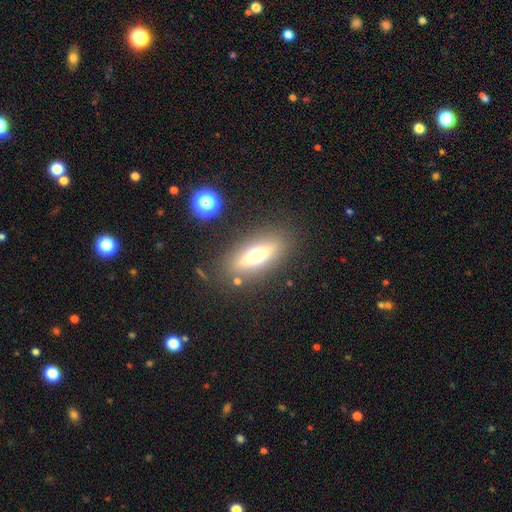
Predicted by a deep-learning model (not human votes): Morphology: type=smooth (52%); roundness=in between (56%); merging=none (83%).